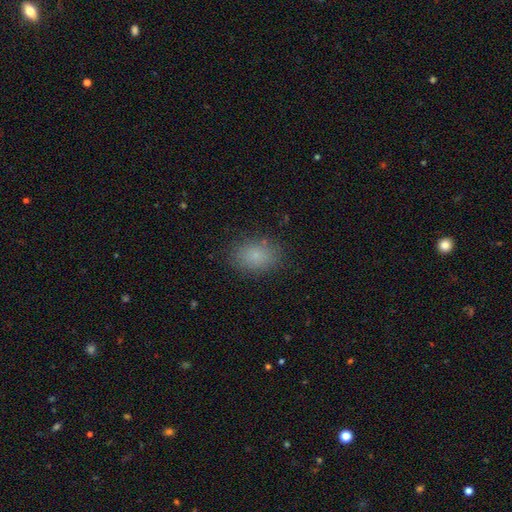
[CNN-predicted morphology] Smooth or featured: smooth — 81% (star or artifact — 12%)
How rounded: in between — 79% (round — 20%)
Merging: none — 84% (minor disturbance — 11%)